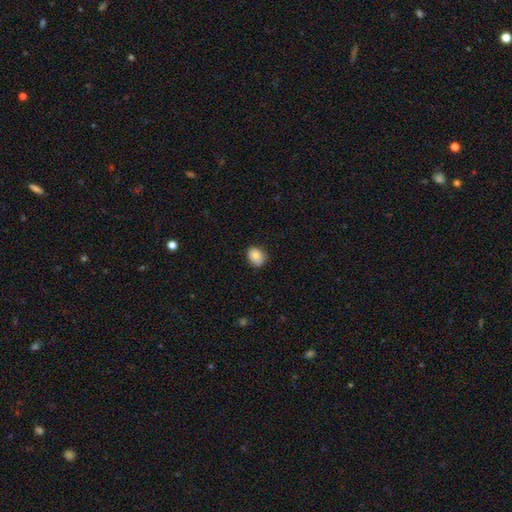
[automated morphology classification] smooth 79%, featured or disk 13%, star or artifact 8%. Down the decision tree: how rounded — in between (52%); merging — none (79%).